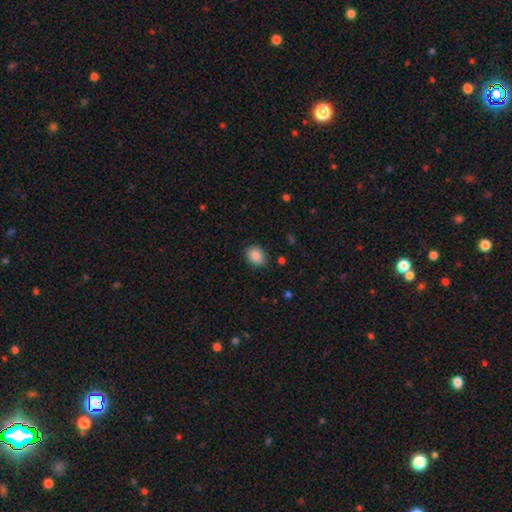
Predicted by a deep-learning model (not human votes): Overall: smooth (88%). How rounded: in between (51%; round 48%). Merging: none (84%).